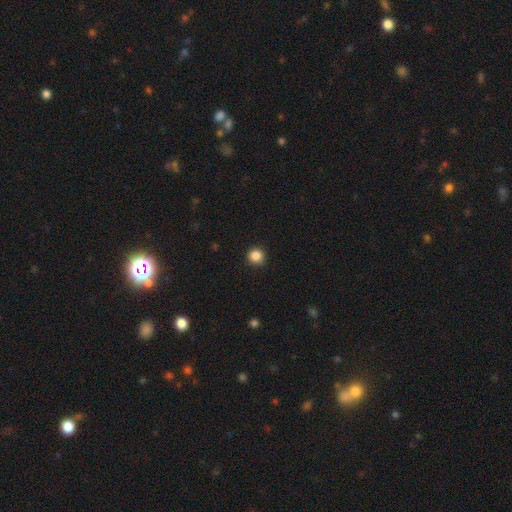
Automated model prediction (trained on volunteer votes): smooth-or-featured: smooth: 86% | star or artifact: 11% | featured or disk: 3%
  how-rounded: round: 94% | in between: 5% | cigar-shaped: 1%
  merging: none: 91% | minor disturbance: 6% | major disturbance: 2% | merger: 1%